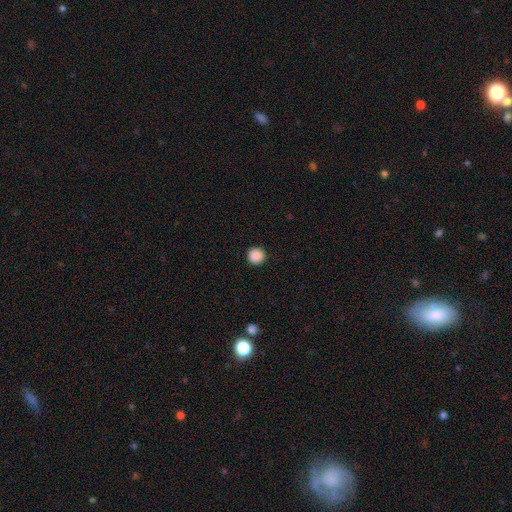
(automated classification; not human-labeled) smooth 88%, star or artifact 9%, featured or disk 2%. Down the decision tree: how rounded — round (95%); merging — none (92%).